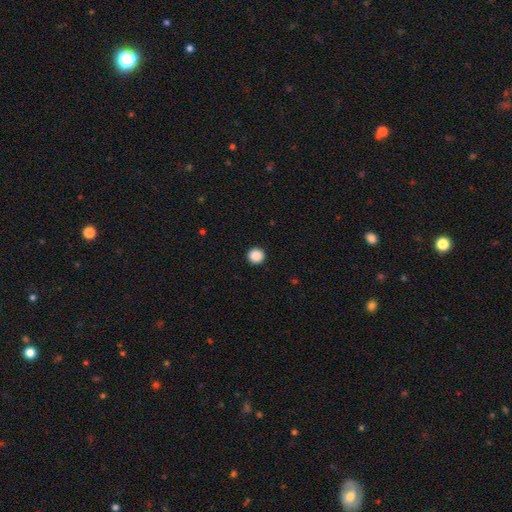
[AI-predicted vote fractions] Morphology: type=smooth (89%); roundness=round (95%); merging=none (93%).